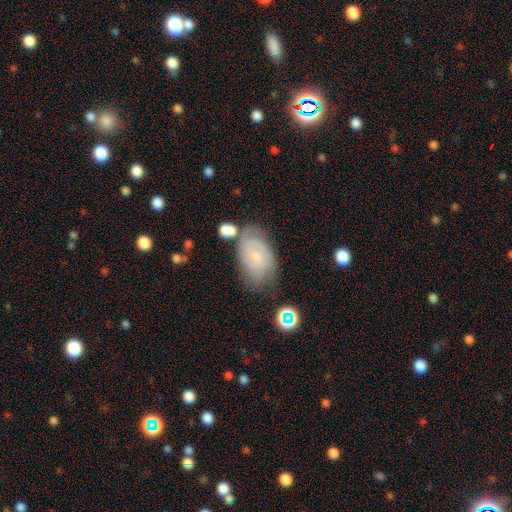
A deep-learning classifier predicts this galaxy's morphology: featured or disk 57%, smooth 33%, star or artifact 9%. Down the decision tree: edge-on disk — no (95%); bar — no (65%); spiral arms — yes (86%); bulge size — small (73%); merging — none (59%).